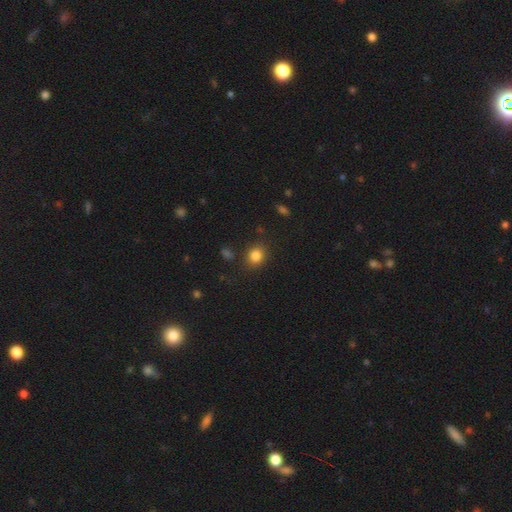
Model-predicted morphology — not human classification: smooth 83%, star or artifact 11%, featured or disk 5%. Down the decision tree: how rounded — round (72%); merging — none (85%).